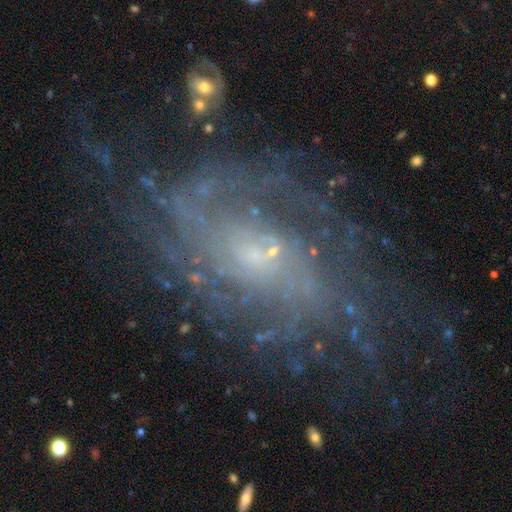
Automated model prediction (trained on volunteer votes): Q: Smooth or featured?
A: featured or disk (79%); runner-up: star or artifact (13%)
Q: Edge-on disk?
A: no (95%); runner-up: yes (5%)
Q: Bar?
A: no (60%); runner-up: weak (33%)
Q: Spiral arms?
A: yes (91%); runner-up: no (9%)
Q: Spiral winding?
A: tight (48%); runner-up: medium (36%)
Q: Spiral arm count?
A: can't tell (46%); runner-up: 2 (15%)
Q: Bulge size?
A: small (67%); runner-up: moderate (23%)
Q: Merging?
A: none (68%); runner-up: minor disturbance (17%)